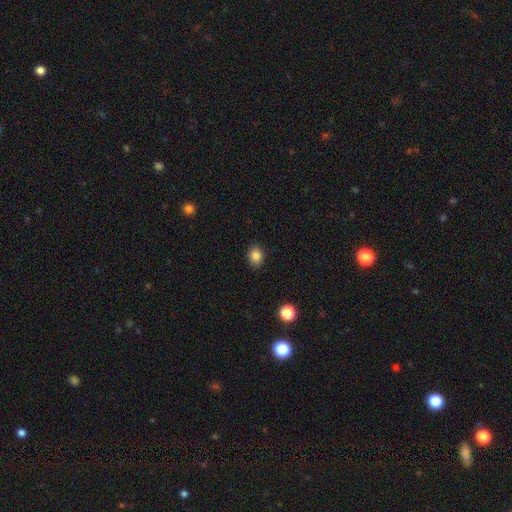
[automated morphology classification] Smooth or featured? smooth (85%)
How rounded? in between (51%)
Merging? none (88%)